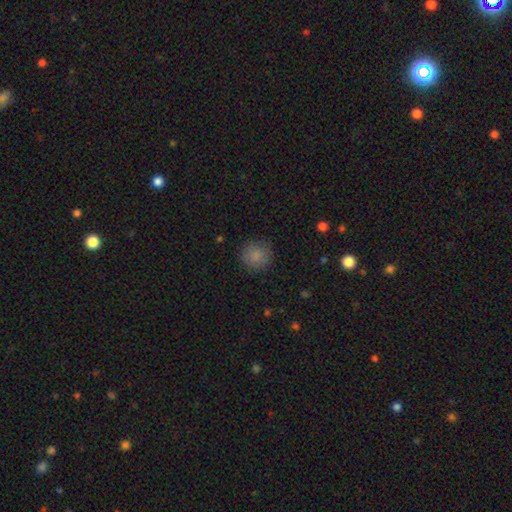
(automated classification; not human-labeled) smooth 85%, star or artifact 9%, featured or disk 5%. Down the decision tree: how rounded — round (93%); merging — none (88%).